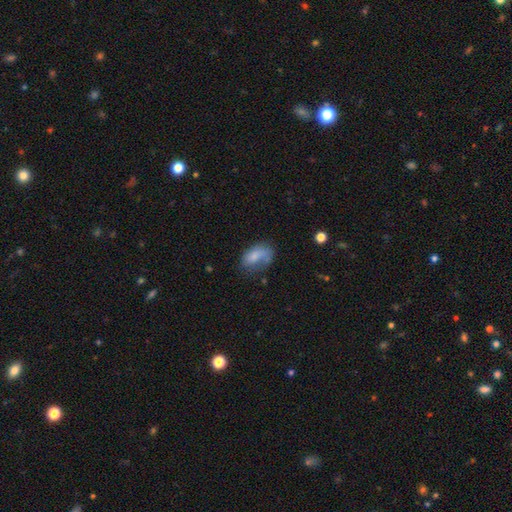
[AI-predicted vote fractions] A smooth galaxy with no disk features (65%) that is in between round and cigar-shaped (91%). Merging: none (42%).